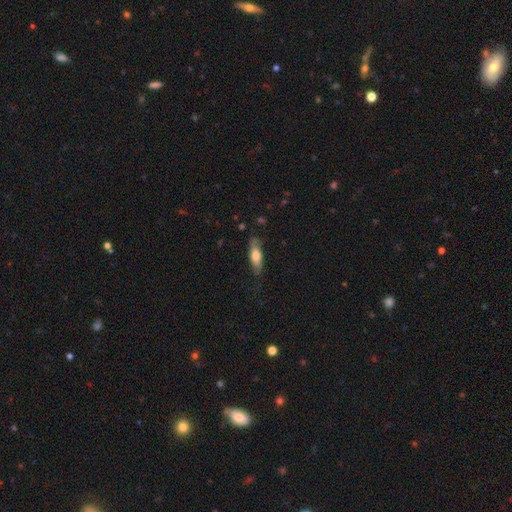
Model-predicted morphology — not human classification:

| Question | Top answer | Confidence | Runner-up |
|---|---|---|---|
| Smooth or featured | smooth | 63% | featured or disk (32%) |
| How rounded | in between | 55% | cigar-shaped (43%) |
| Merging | none | 73% | minor disturbance (20%) |